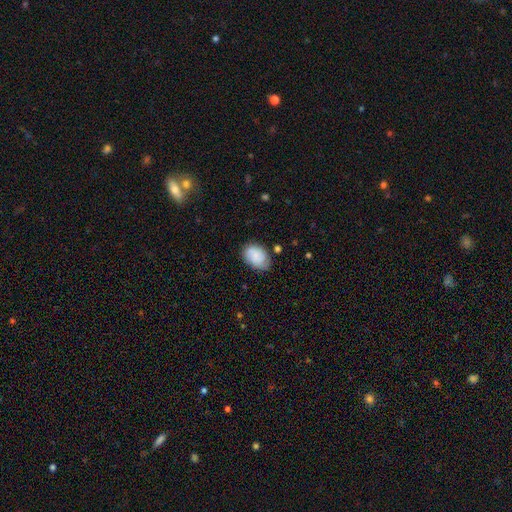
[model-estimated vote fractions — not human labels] The model was most divided on "merging": none: 72%, minor disturbance: 21%, major disturbance: 5%, merger: 2%. More confident: how rounded — in between (84%); smooth or featured — smooth (77%).